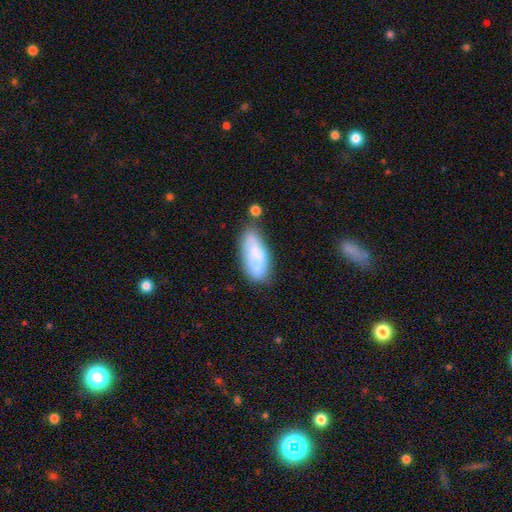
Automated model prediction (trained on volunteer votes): Morphology: type=smooth (60%); roundness=in between (83%); merging=none (48%).